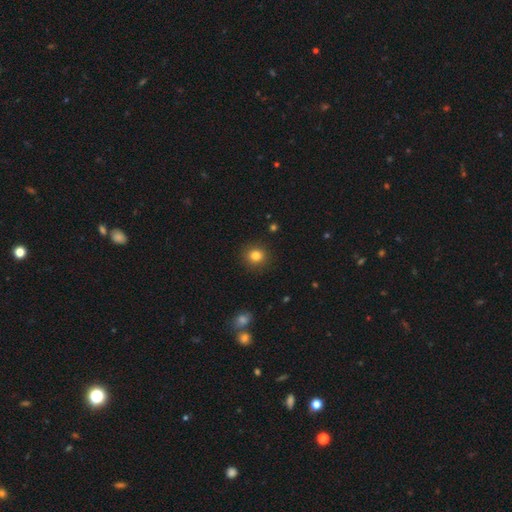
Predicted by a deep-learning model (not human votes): Overall: smooth (82%). How rounded: round (89%). Merging: none (91%).